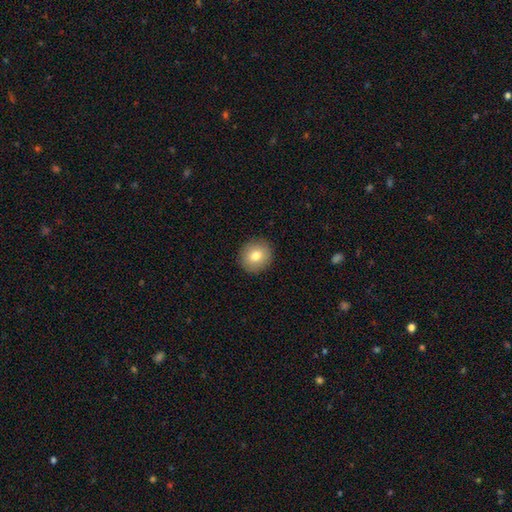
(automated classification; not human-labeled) smooth-or-featured: smooth: 79% | featured or disk: 12% | star or artifact: 9%
  how-rounded: round: 88% | in between: 11% | cigar-shaped: 1%
  merging: none: 91% | minor disturbance: 6% | major disturbance: 2% | merger: 1%